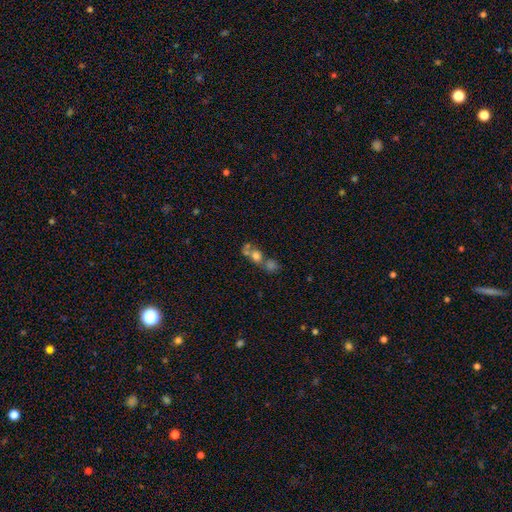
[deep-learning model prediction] Overall: smooth (60%; featured or disk 22%). How rounded: round (74%). Merging: merger (58%; none 30%).